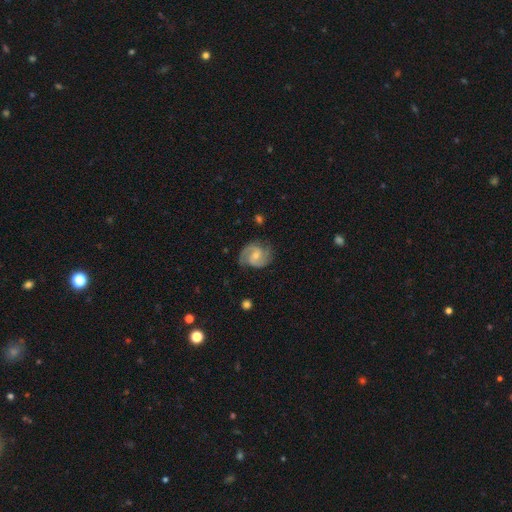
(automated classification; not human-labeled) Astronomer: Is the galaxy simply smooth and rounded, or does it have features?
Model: featured or disk — 84%.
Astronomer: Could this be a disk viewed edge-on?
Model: no — 98%.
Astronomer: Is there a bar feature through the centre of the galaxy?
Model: no — 48% (runner-up: weak, 42%).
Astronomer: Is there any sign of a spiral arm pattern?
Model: yes — 97%.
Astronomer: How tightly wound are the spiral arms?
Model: medium — 53% (runner-up: tight, 29%).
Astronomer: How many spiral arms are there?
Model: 2 — 87%.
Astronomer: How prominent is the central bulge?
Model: small — 54% (runner-up: moderate, 42%).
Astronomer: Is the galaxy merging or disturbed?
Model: none — 76%.